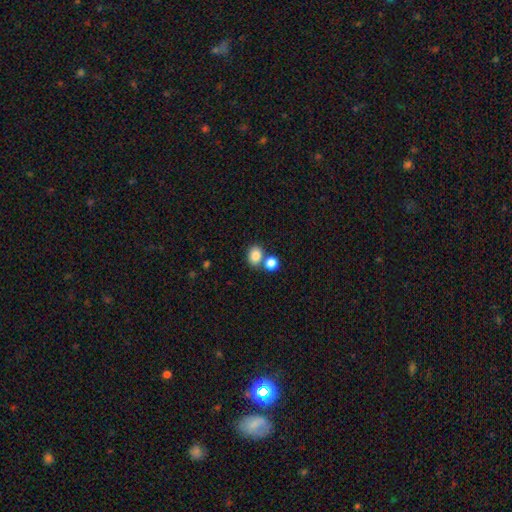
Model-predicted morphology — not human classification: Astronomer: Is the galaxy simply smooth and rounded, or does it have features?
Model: smooth — 85%.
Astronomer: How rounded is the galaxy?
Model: in between — 57% (runner-up: round, 42%).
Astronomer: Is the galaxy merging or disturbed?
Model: none — 55% (runner-up: merger, 33%).